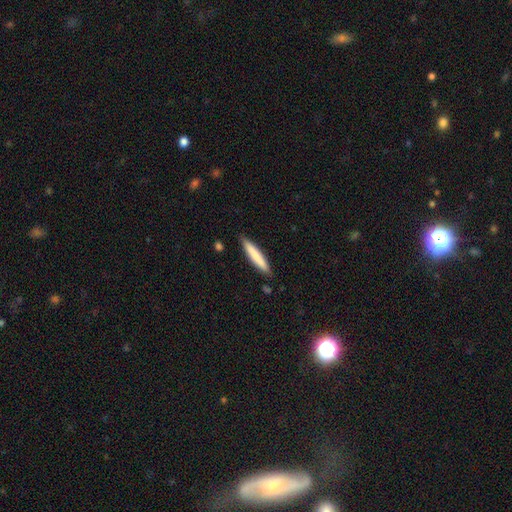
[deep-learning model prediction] Smooth or featured? smooth (76%)
How rounded? cigar-shaped (91%)
Merging? none (88%)